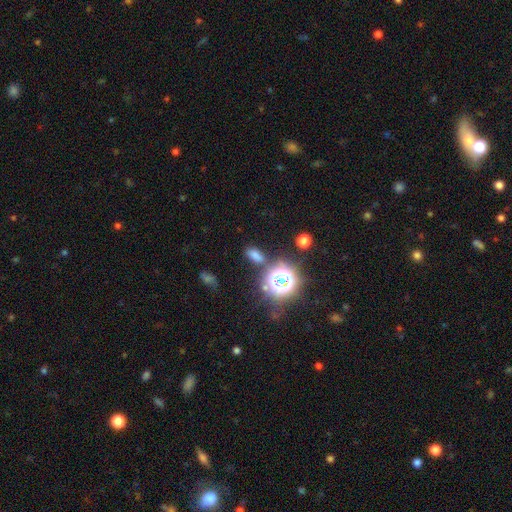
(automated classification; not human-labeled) smooth 64%, star or artifact 29%, featured or disk 8%. Down the decision tree: how rounded — in between (70%); merging — none (73%).